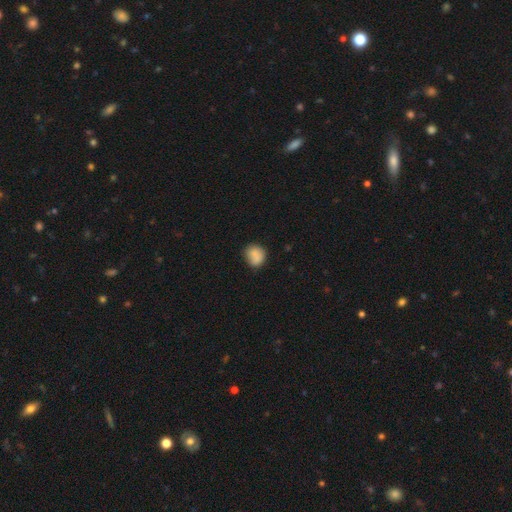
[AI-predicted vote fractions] Smooth or featured? Predicted: smooth (p=0.84). How rounded? Predicted: round (p=0.69). Merging? Predicted: none (p=0.68).